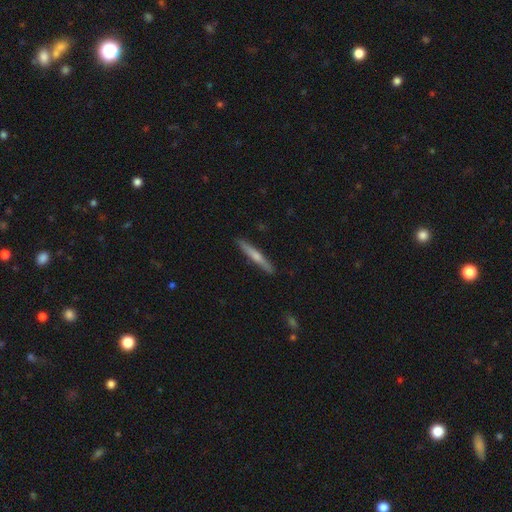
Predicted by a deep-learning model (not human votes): Morphology: type=smooth (50%); roundness=cigar-shaped (95%); merging=none (90%).